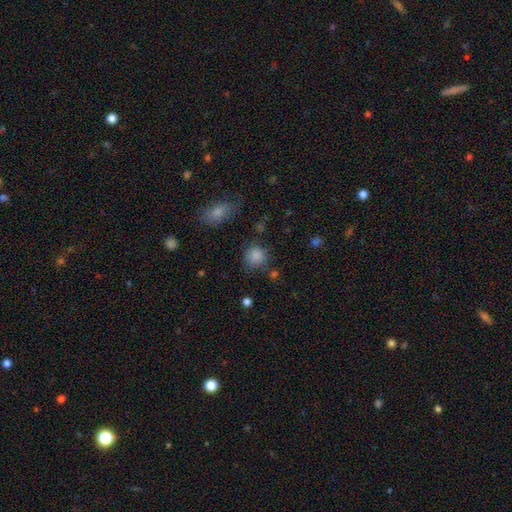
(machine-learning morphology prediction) Smooth or featured? Predicted: smooth (p=0.83). How rounded? Predicted: round (p=0.85). Merging? Predicted: none (p=0.73).